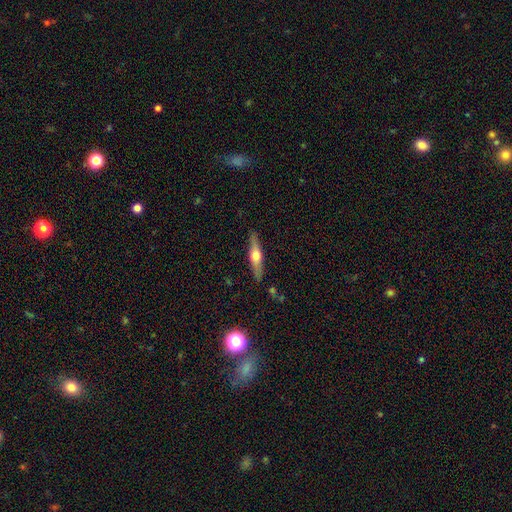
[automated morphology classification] featured or disk 59%, smooth 36%, star or artifact 6%. Down the decision tree: edge-on disk — yes (95%); edge-on bulge — rounded (94%); merging — none (88%).